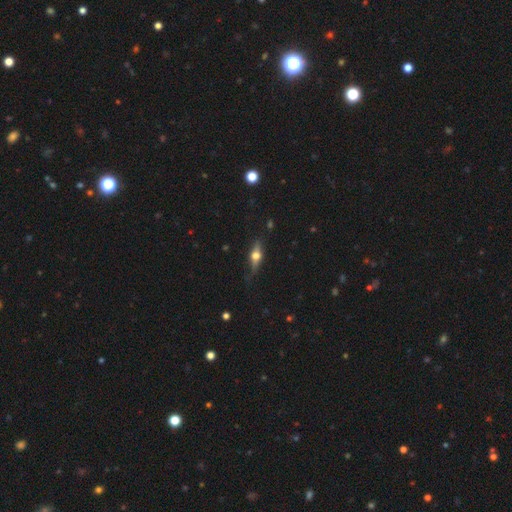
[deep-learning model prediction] Q: Smooth or featured?
A: featured or disk (64%); runner-up: smooth (28%)
Q: Edge-on disk?
A: yes (94%); runner-up: no (6%)
Q: Edge-on bulge?
A: rounded (96%); runner-up: boxy (3%)
Q: Merging?
A: none (80%); runner-up: minor disturbance (15%)